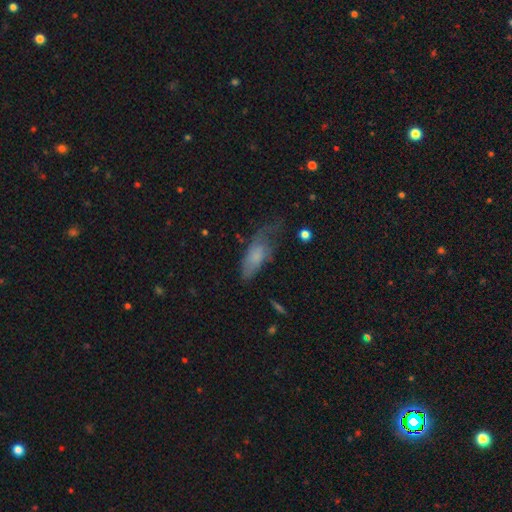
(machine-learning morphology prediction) This appears to be a smooth galaxy with no disk features (63%) that is in between round and cigar-shaped (78%). Merging: minor disturbance (34%).